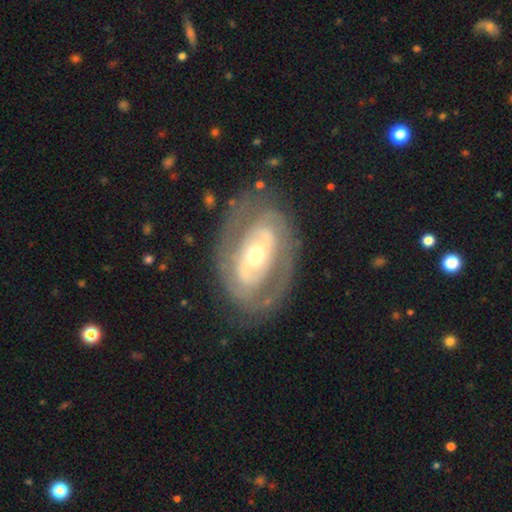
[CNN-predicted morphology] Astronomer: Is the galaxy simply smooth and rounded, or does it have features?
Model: featured or disk — 79%.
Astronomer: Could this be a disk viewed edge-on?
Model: no — 94%.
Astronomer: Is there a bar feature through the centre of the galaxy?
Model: no — 43% (runner-up: weak, 29%).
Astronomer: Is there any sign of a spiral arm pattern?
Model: yes — 60% (runner-up: no, 40%).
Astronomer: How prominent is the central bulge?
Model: moderate — 62%.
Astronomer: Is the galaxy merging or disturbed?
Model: none — 75%.